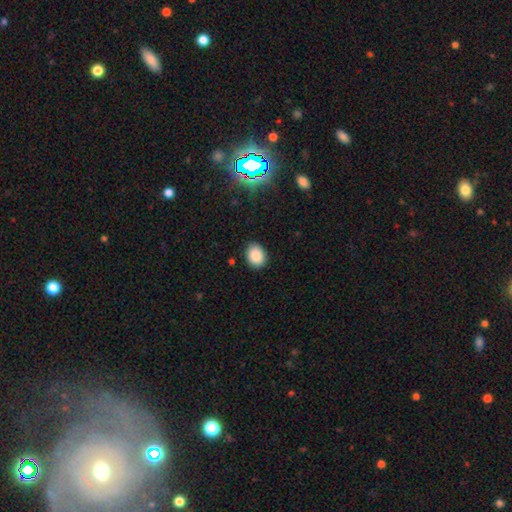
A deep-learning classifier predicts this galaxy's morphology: Smooth or featured?
  - smooth: 87% *
  - star or artifact: 9%
  - featured or disk: 4%
How rounded?
  - in between: 61% *
  - round: 38%
  - cigar-shaped: 1%
Merging?
  - none: 87% *
  - minor disturbance: 10%
  - major disturbance: 2%
  - merger: 1%